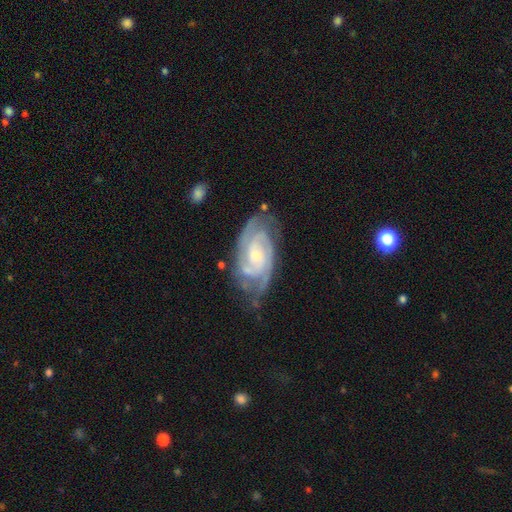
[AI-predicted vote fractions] Smooth or featured? Predicted: featured or disk (p=0.90). Edge-on disk? Predicted: no (p=0.96). Bar? Predicted: no (p=0.56). Spiral arms? Predicted: yes (p=0.98). Spiral winding? Predicted: tight (p=0.68). Spiral arm count? Predicted: 2 (p=0.48). Bulge size? Predicted: small (p=0.58). Merging? Predicted: none (p=0.71).